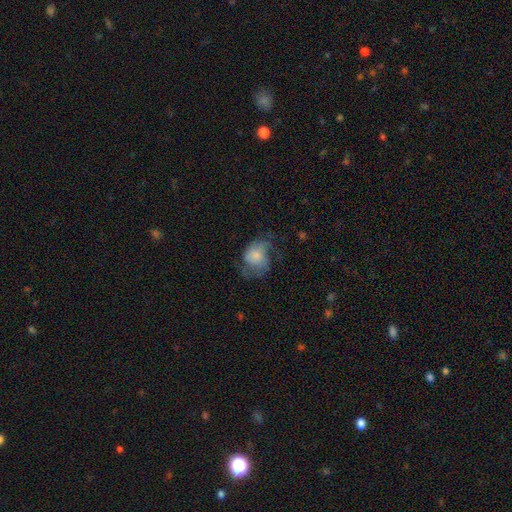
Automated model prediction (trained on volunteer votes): This is possibly a smooth galaxy (54%). How rounded: possibly in between (52%). Merging: marginally none (35%).